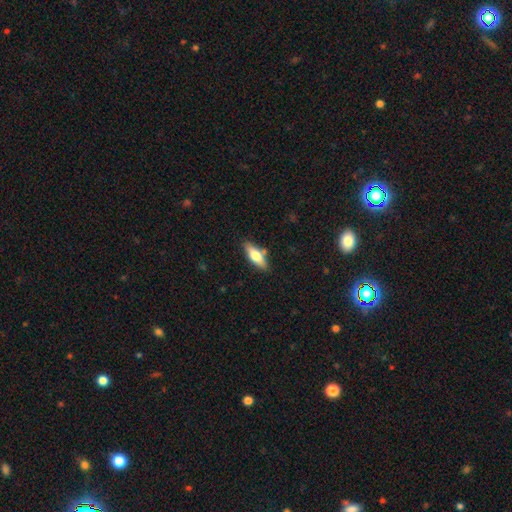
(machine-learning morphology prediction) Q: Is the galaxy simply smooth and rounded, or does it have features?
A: smooth — 62%.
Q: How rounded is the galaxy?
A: in between — 61%.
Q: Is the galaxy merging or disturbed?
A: none — 79%.